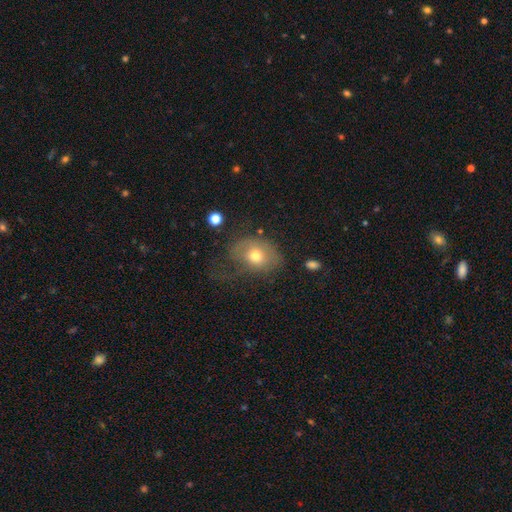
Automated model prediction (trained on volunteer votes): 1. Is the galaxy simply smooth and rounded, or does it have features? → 63% smooth, 27% featured or disk, 10% star or artifact.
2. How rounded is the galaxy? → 60% in between, 39% round, 1% cigar-shaped.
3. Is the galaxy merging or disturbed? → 36% major disturbance, 35% none, 26% minor disturbance, 3% merger.